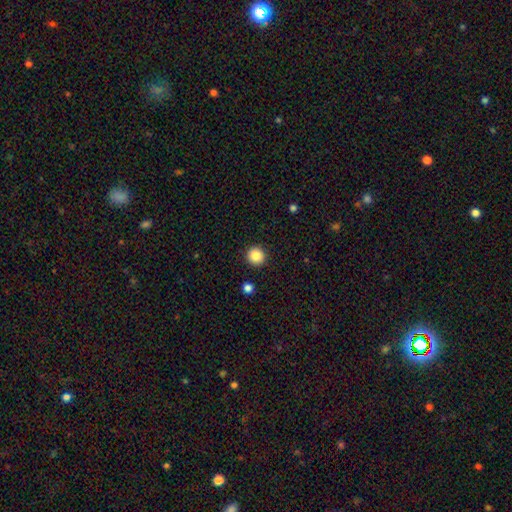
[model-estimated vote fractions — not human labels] Smooth or featured? Predicted: smooth (p=0.87). How rounded? Predicted: round (p=0.93). Merging? Predicted: none (p=0.92).